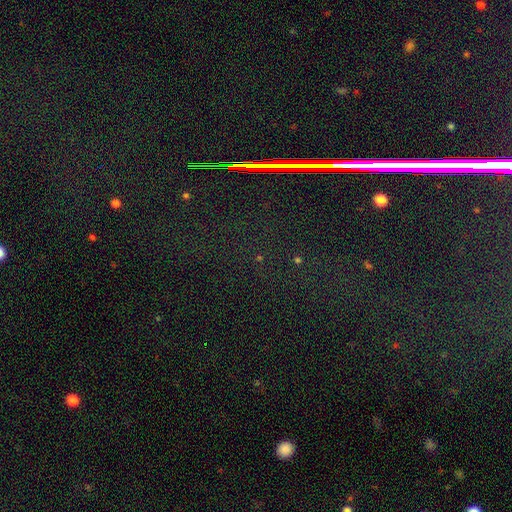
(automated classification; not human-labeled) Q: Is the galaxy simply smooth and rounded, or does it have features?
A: star or artifact — 82%.